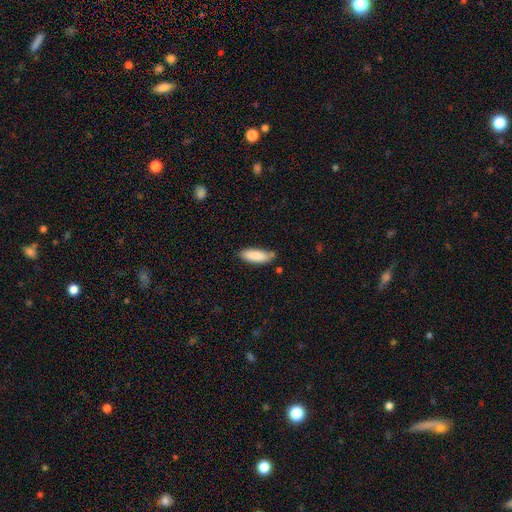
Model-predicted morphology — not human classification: Smooth or featured? smooth (88%)
How rounded? in between (65%)
Merging? none (69%)